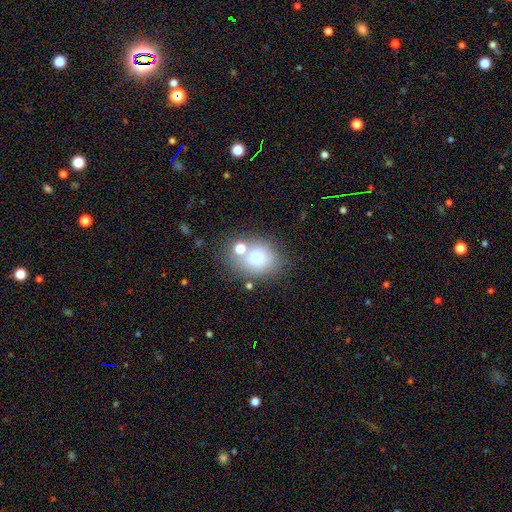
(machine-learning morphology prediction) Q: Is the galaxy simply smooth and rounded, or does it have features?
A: smooth — 69%.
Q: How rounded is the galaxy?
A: round — 58%.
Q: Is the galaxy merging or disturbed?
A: none — 60%.